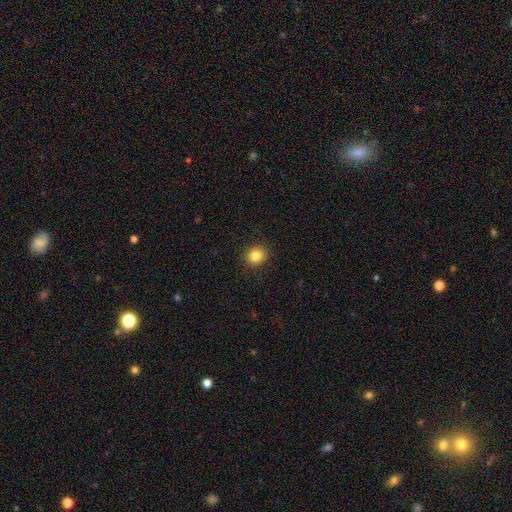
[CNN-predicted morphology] Smooth or featured? smooth (84%)
How rounded? round (85%)
Merging? none (91%)